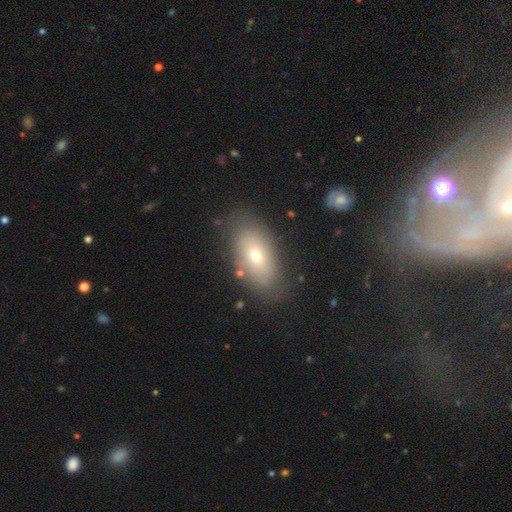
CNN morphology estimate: smooth_or_featured: smooth (p=0.64) [alt: featured or disk p=0.26]
how_rounded: in between (p=0.89) [alt: round p=0.06]
merging: none (p=0.79) [alt: minor disturbance p=0.13]